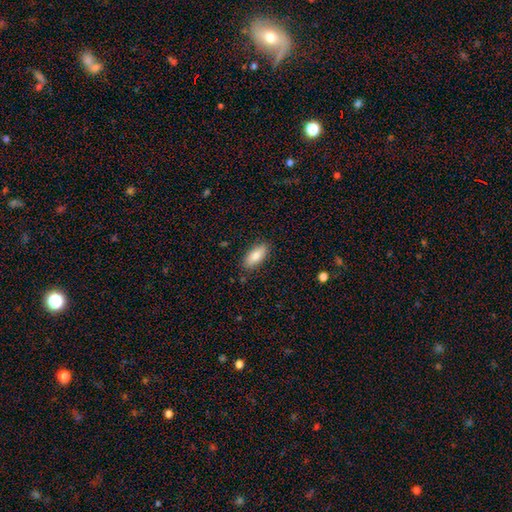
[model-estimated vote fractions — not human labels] Smooth or featured? Predicted: smooth (p=0.83). How rounded? Predicted: in between (p=0.84). Merging? Predicted: none (p=0.85).